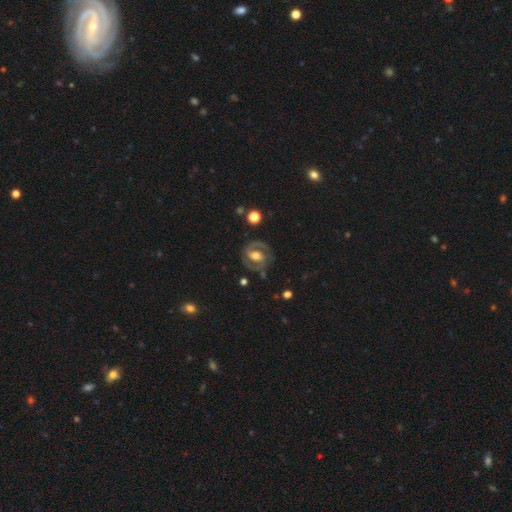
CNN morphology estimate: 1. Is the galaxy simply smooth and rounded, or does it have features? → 80% featured or disk, 15% smooth, 6% star or artifact.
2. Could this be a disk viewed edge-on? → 97% no, 3% yes.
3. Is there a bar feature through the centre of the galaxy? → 41% weak, 30% no, 30% strong.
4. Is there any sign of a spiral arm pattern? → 87% yes, 13% no.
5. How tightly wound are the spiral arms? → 49% medium, 39% tight, 12% loose.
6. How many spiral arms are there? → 87% 2, 5% can't tell, 4% 1, 1% 3, 1% 4, 1% more than 4.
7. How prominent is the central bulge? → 61% moderate, 21% large, 14% small, 2% none, 2% dominant.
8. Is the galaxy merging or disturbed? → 78% none, 14% minor disturbance, 7% major disturbance, 2% merger.